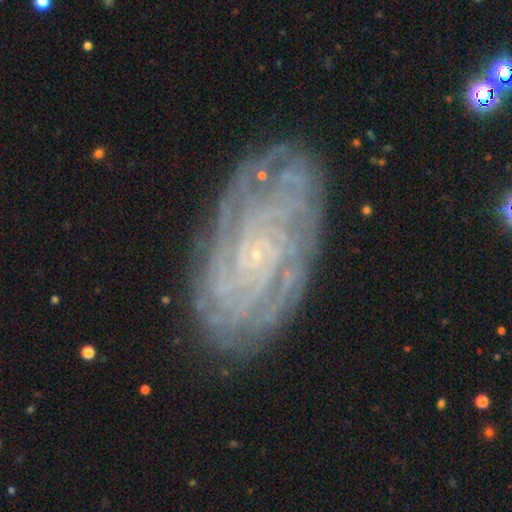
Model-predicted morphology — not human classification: A featured or disk galaxy (85%) with no bar (77%), tight (82%) spiral arms (97%) and a small central bulge (87%).

Vote fractions:
- Smooth or featured? featured or disk: 85% / smooth: 8% / star or artifact: 8%
- Edge-on disk? no: 95% / yes: 5%
- Bar? no: 77% / weak: 17% / strong: 5%
- Spiral arms? yes: 97% / no: 3%
- Spiral winding? tight: 82% / medium: 15% / loose: 3%
- Spiral arm count? can't tell: 32% / more than 4: 19% / 4: 18% / 2: 12% / 3: 12% / 1: 8%
- Bulge size? small: 87% / moderate: 6% / none: 5% / large: 1% / dominant: 1%
- Merging? none: 83% / minor disturbance: 13% / major disturbance: 3% / merger: 1%